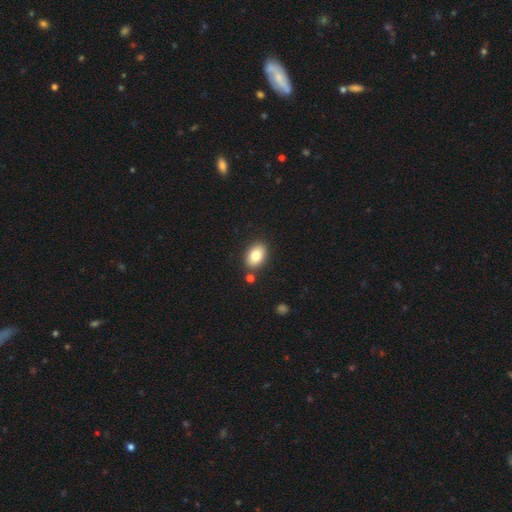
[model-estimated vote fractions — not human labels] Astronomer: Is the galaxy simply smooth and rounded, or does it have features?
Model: smooth — 81%.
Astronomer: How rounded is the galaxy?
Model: in between — 86%.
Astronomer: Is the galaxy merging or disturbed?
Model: none — 83%.